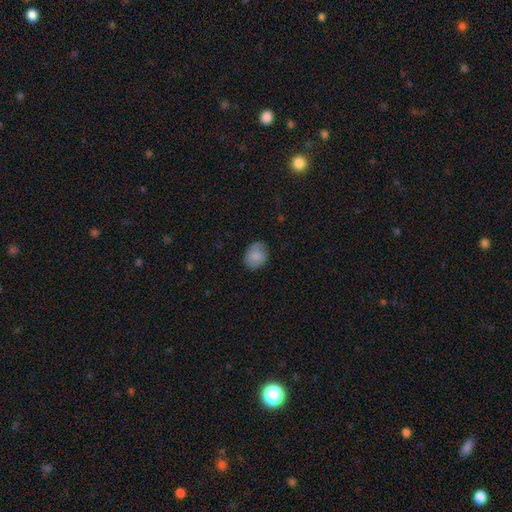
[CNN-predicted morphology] smooth_or_featured: smooth (p=0.81) [alt: featured or disk p=0.11]
how_rounded: in between (p=0.56) [alt: round p=0.43]
merging: none (p=0.69) [alt: minor disturbance p=0.25]